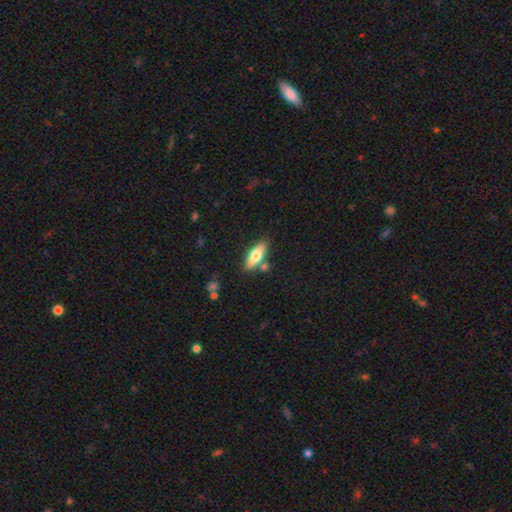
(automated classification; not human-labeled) Smooth or featured? Predicted: smooth (p=0.69). How rounded? Predicted: in between (p=0.59). Merging? Predicted: none (p=0.78).